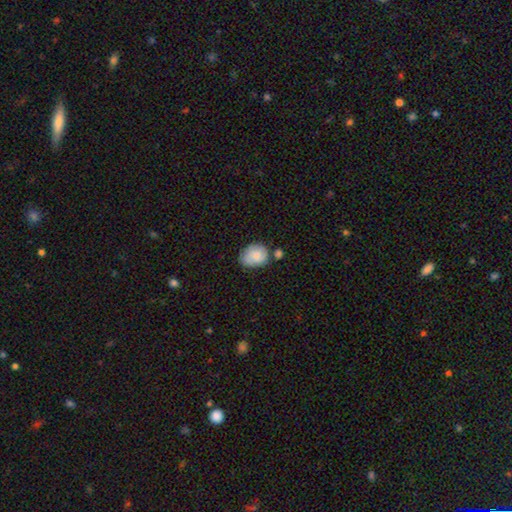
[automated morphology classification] smooth-or-featured: smooth: 71% | featured or disk: 22% | star or artifact: 8%
  how-rounded: in between: 57% | round: 42% | cigar-shaped: 1%
  merging: none: 50% | minor disturbance: 28% | merger: 14% | major disturbance: 8%